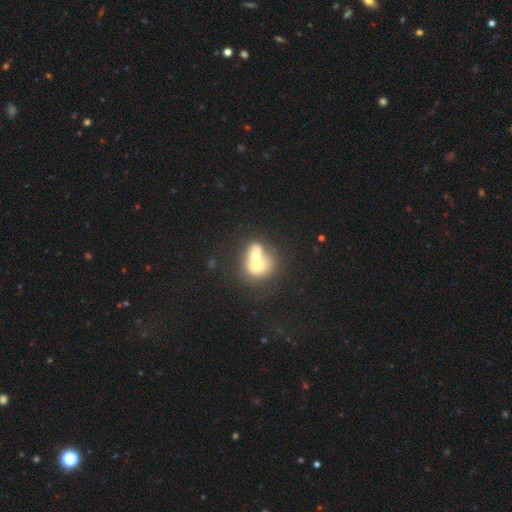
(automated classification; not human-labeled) Morphology: type=smooth (60%); roundness=round (62%); merging=merger (75%).